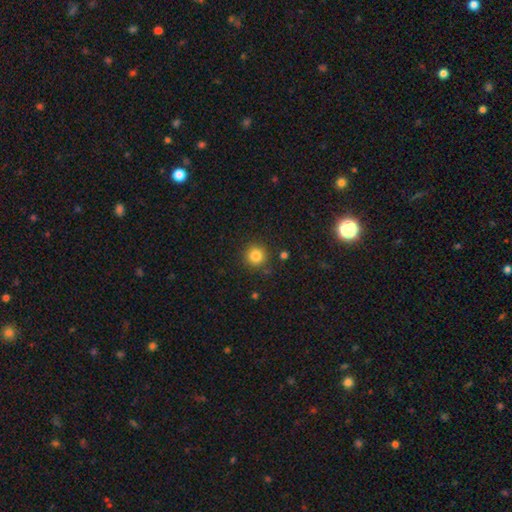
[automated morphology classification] A smooth galaxy with no disk features (84%) that is round (94%).

Vote fractions:
- Smooth or featured? smooth: 84% / star or artifact: 11% / featured or disk: 5%
- How rounded? round: 94% / in between: 5% / cigar-shaped: 1%
- Merging? none: 88% / minor disturbance: 7% / major disturbance: 3% / merger: 2%